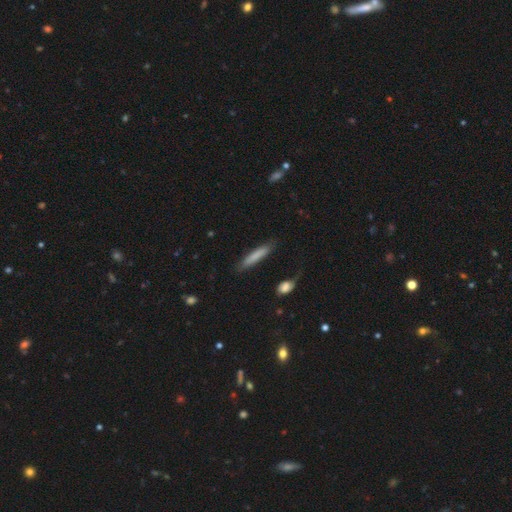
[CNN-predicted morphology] A smooth galaxy with no disk features (77%) that is cigar-shaped (91%). Merging: none (81%).